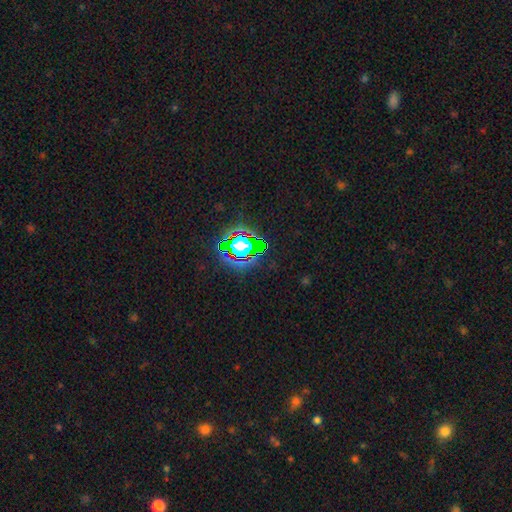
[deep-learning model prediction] Smooth or featured?
  - star or artifact: 81% *
  - smooth: 11%
  - featured or disk: 8%